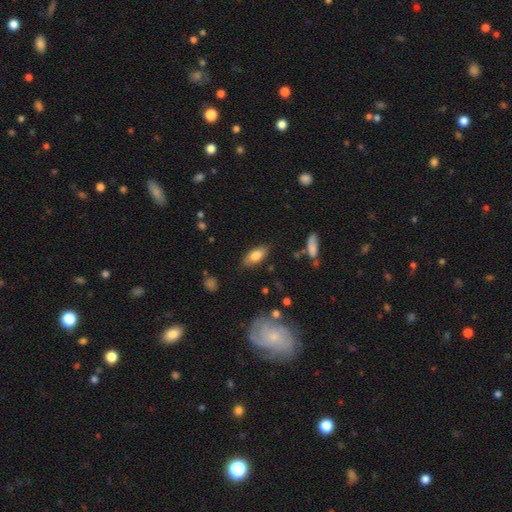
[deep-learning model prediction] Overall: smooth (77%). How rounded: in between (83%). Merging: none (82%).